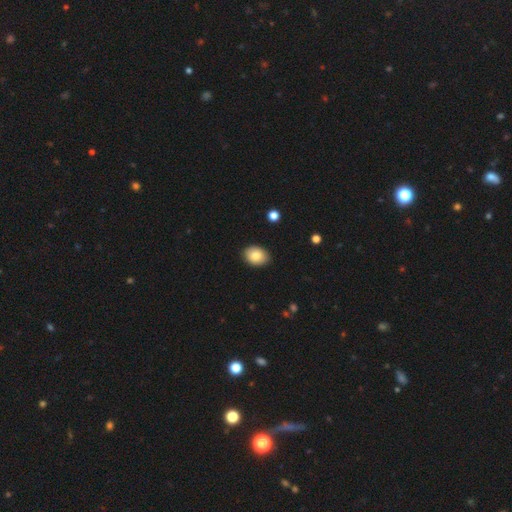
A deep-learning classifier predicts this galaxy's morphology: Overall: smooth (85%). How rounded: in between (66%; round 34%). Merging: none (88%).